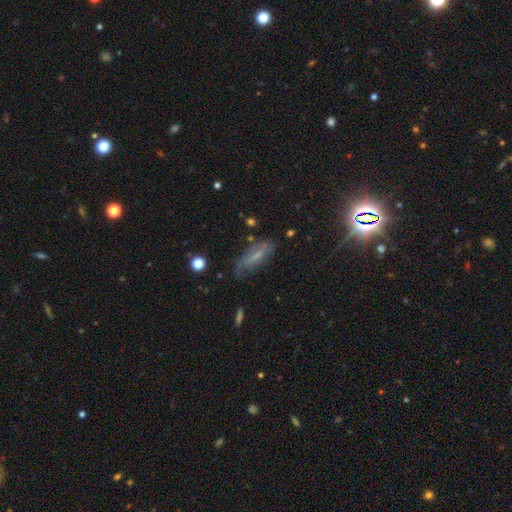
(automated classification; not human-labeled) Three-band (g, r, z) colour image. It shows a smooth galaxy with no disk features (43%). Merging: none (59%).